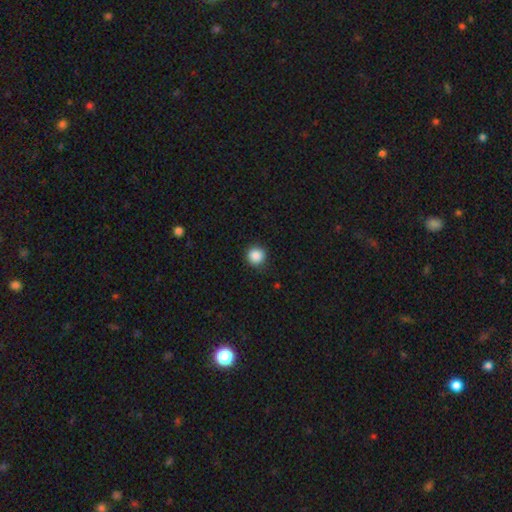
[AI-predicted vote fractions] Smooth or featured: smooth — 87% (star or artifact — 10%)
How rounded: round — 94% (in between — 5%)
Merging: none — 89% (minor disturbance — 8%)